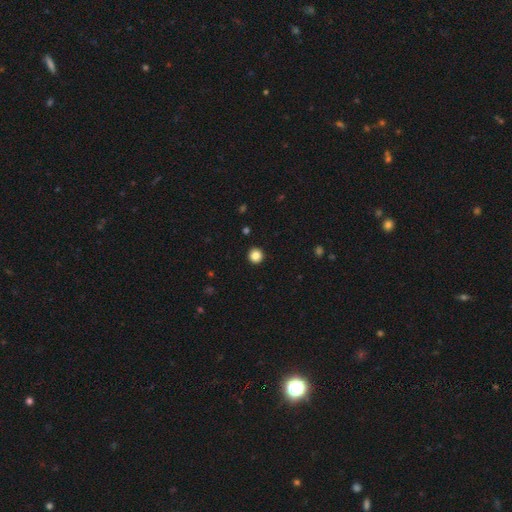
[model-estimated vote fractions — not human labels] Q: Smooth or featured?
A: smooth (85%); runner-up: star or artifact (11%)
Q: How rounded?
A: round (95%); runner-up: in between (4%)
Q: Merging?
A: none (94%); runner-up: minor disturbance (4%)